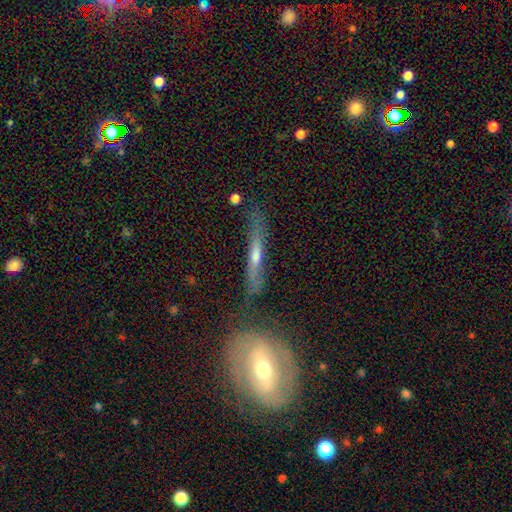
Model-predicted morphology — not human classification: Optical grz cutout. It shows a featured or disk galaxy (66%) viewed edge-on (83%) with a rounded central bulge (75%). Merging: none (71%).